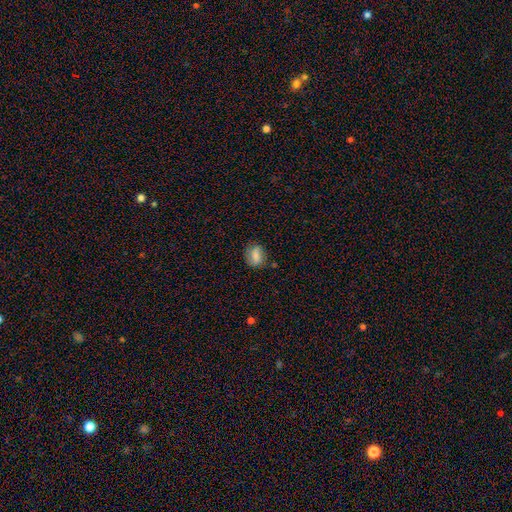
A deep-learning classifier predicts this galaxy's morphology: A smooth galaxy with no disk features (66%) that is in between round and cigar-shaped (53%).

Vote fractions:
- Smooth or featured? smooth: 66% / featured or disk: 25% / star or artifact: 9%
- How rounded? in between: 53% / round: 45% / cigar-shaped: 2%
- Merging? none: 72% / minor disturbance: 20% / major disturbance: 6% / merger: 2%